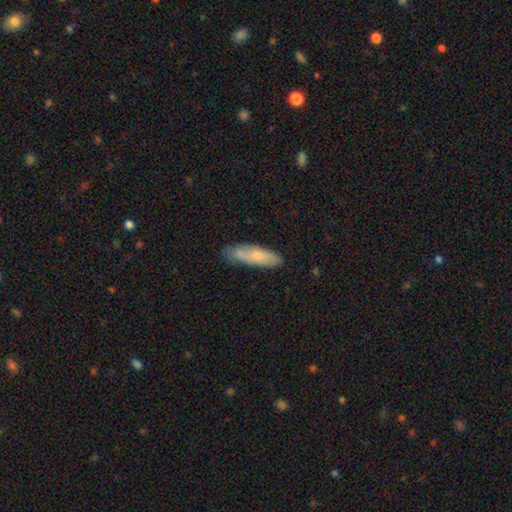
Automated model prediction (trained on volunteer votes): A smooth galaxy with no disk features (68%) that is cigar-shaped (61%). Merging: none (75%).